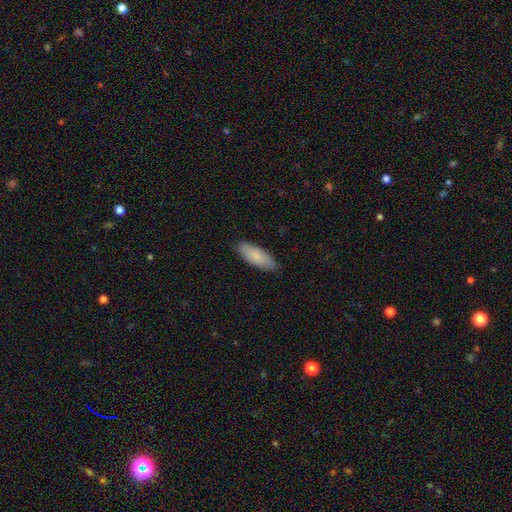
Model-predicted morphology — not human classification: Smooth or featured?
  - smooth: 81% *
  - featured or disk: 13%
  - star or artifact: 5%
How rounded?
  - in between: 72% *
  - cigar-shaped: 27%
  - round: 2%
Merging?
  - none: 86% *
  - minor disturbance: 11%
  - major disturbance: 2%
  - merger: 1%